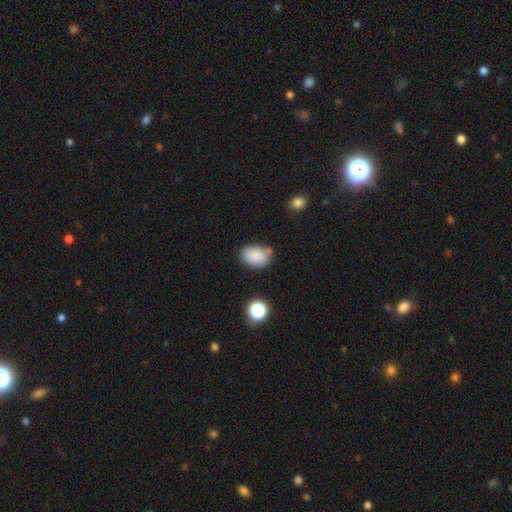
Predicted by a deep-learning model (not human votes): smooth_or_featured: smooth (p=0.83) [alt: star or artifact p=0.09]
how_rounded: in between (p=0.80) [alt: round p=0.19]
merging: none (p=0.71) [alt: minor disturbance p=0.17]